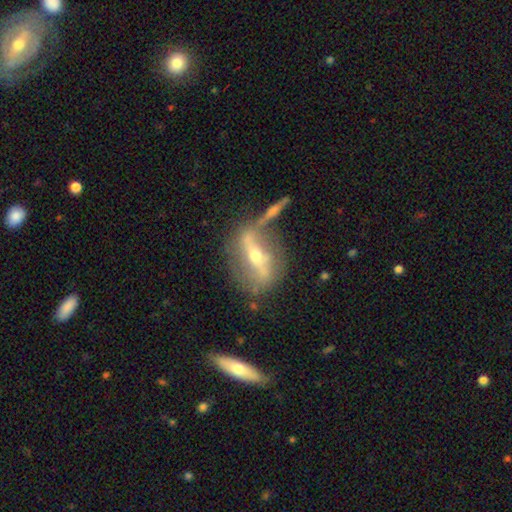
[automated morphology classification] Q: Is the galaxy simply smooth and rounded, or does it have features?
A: featured or disk — 75%.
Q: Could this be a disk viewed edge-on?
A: no — 63%.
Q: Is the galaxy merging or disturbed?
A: none — 53%.